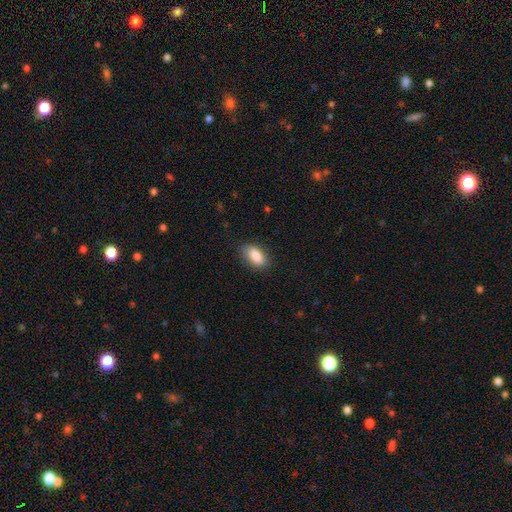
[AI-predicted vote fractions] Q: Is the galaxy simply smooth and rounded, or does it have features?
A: smooth — 88%.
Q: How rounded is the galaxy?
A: in between — 90%.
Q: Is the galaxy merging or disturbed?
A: none — 84%.